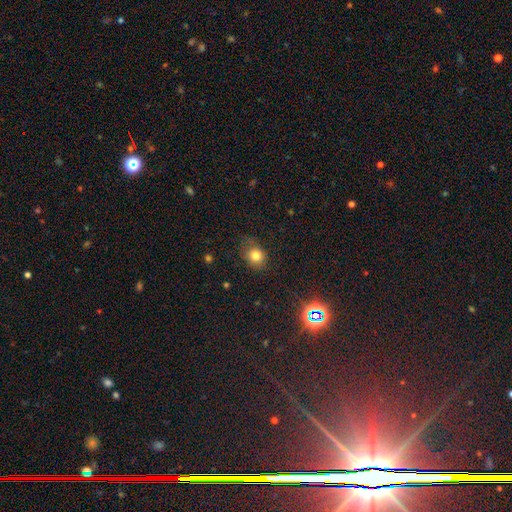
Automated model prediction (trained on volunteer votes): Smooth or featured? Predicted: smooth (p=0.78). How rounded? Predicted: round (p=0.63). Merging? Predicted: none (p=0.70).